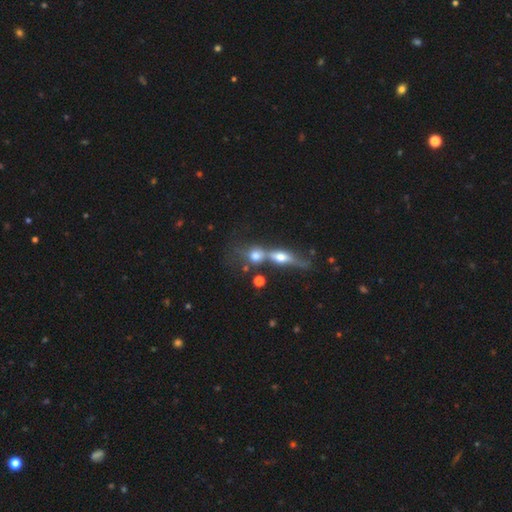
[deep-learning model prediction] Smooth or featured: smooth — 63% (featured or disk — 26%)
How rounded: round — 55% (in between — 33%)
Merging: merger — 55% (none — 28%)